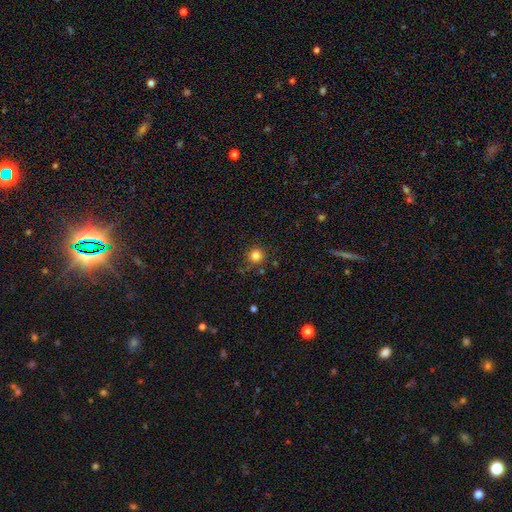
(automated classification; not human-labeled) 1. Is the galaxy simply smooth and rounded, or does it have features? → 82% smooth, 12% star or artifact, 5% featured or disk.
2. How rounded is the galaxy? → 94% round, 5% in between, 1% cigar-shaped.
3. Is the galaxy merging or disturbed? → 81% none, 12% minor disturbance, 4% major disturbance, 3% merger.